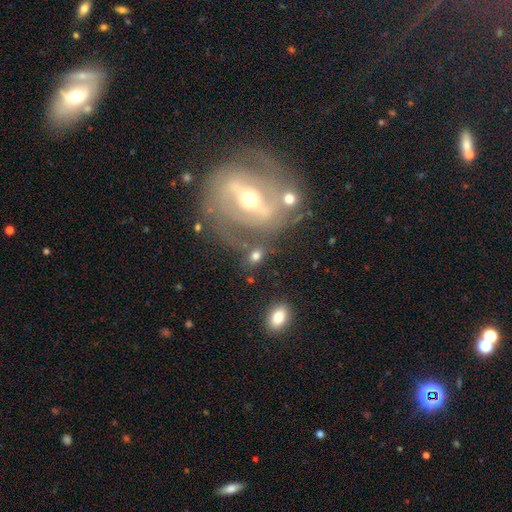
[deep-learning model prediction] This appears to be a smooth galaxy with no disk features (62%) that is in between round and cigar-shaped (59%). Merging: none (65%).